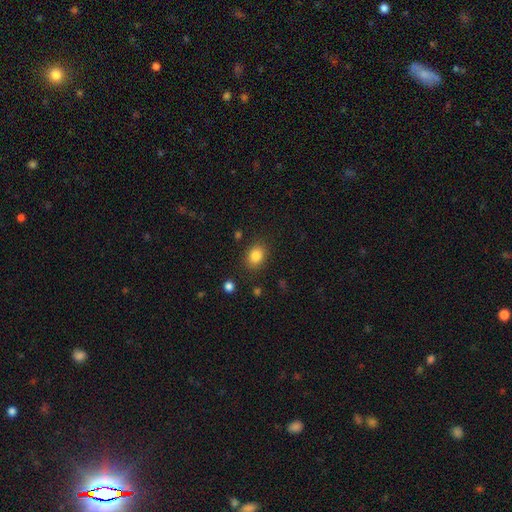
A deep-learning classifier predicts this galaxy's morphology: smooth-or-featured: smooth: 84% | star or artifact: 10% | featured or disk: 6%
  how-rounded: in between: 58% | round: 41% | cigar-shaped: 1%
  merging: none: 85% | minor disturbance: 10% | major disturbance: 3% | merger: 2%